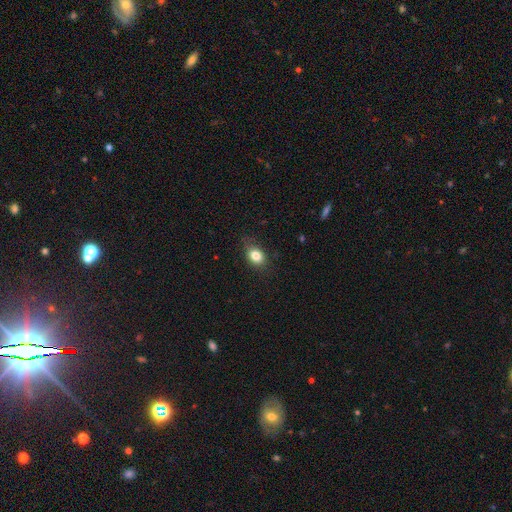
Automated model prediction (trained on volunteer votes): Smooth or featured? smooth (83%)
How rounded? in between (66%)
Merging? none (75%)